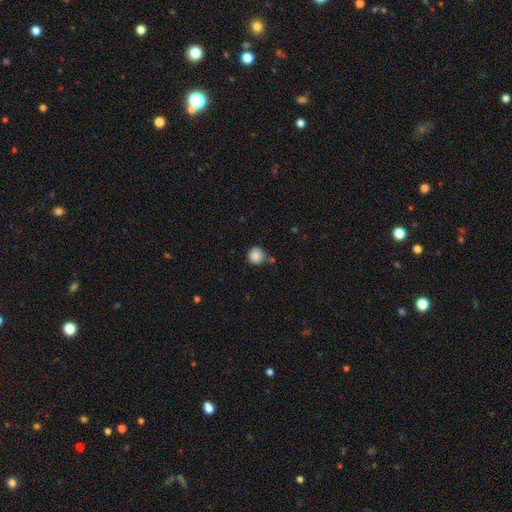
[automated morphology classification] Smooth or featured? smooth (87%)
How rounded? round (94%)
Merging? none (69%)